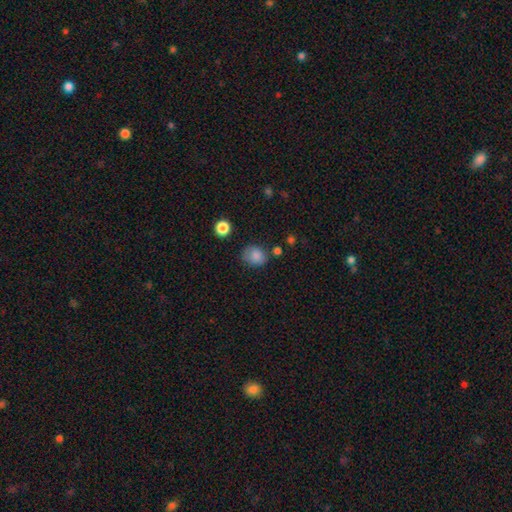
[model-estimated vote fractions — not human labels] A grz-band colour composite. It shows a smooth galaxy with no disk features (84%) that is round (59%). Merging: none (65%).